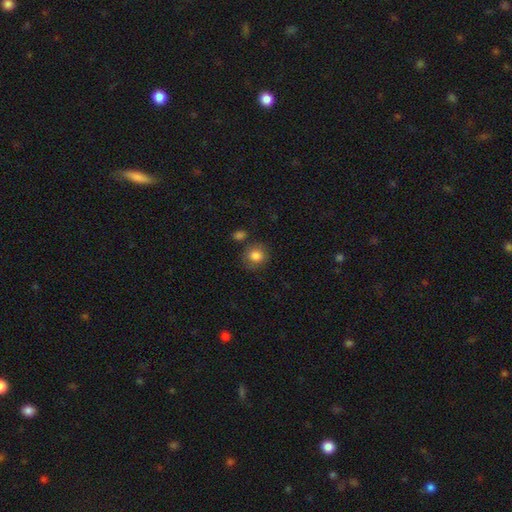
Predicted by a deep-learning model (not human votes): Smooth or featured? smooth (84%)
How rounded? round (79%)
Merging? none (75%)